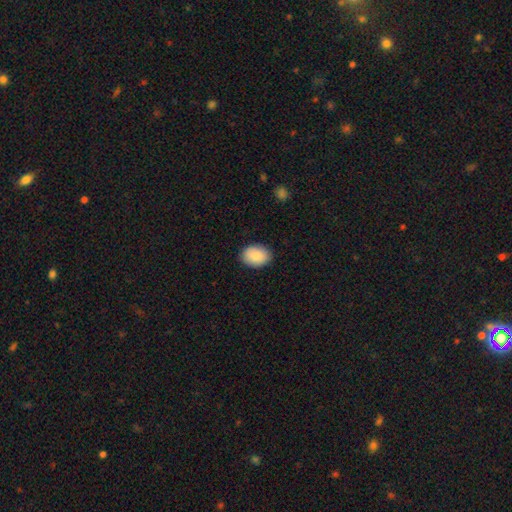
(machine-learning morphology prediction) Overall: smooth (89%). How rounded: in between (72%). Merging: none (88%).